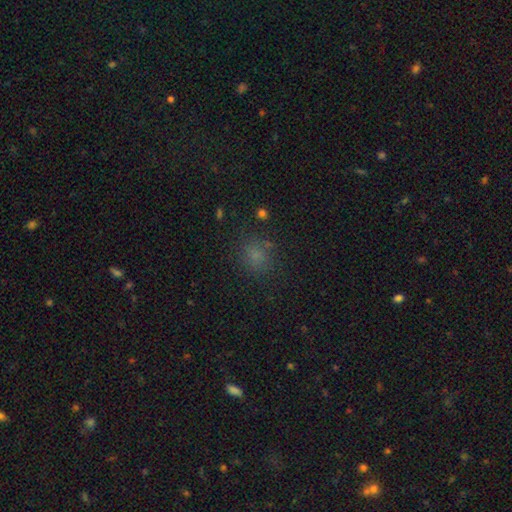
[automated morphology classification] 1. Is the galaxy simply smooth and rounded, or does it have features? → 70% smooth, 23% star or artifact, 7% featured or disk.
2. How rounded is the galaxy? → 74% round, 25% in between, 1% cigar-shaped.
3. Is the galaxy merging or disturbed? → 79% none, 13% minor disturbance, 5% major disturbance, 3% merger.